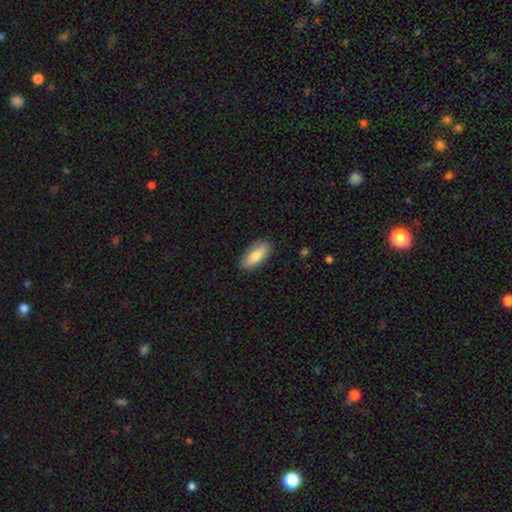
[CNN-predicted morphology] Smooth or featured? smooth (78%)
How rounded? in between (82%)
Merging? none (86%)